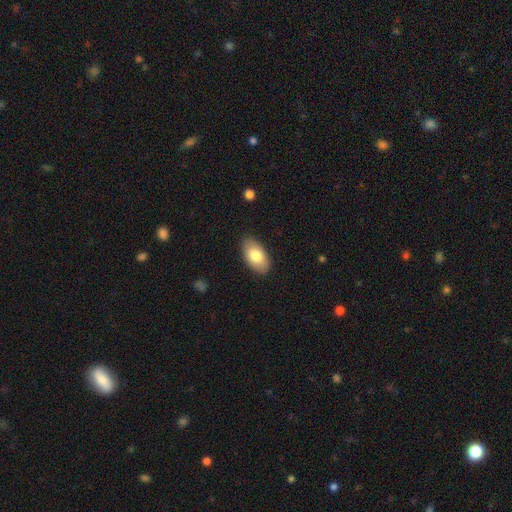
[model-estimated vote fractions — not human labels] Smooth or featured? Predicted: smooth (p=0.80). How rounded? Predicted: in between (p=0.95). Merging? Predicted: none (p=0.87).